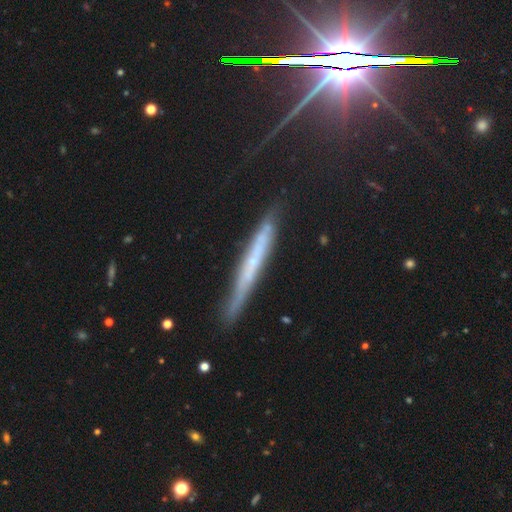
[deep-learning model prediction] Smooth or featured? Predicted: featured or disk (p=0.63). Edge-on disk? Predicted: yes (p=0.87). Edge-on bulge? Predicted: none (p=0.68). Merging? Predicted: none (p=0.81).